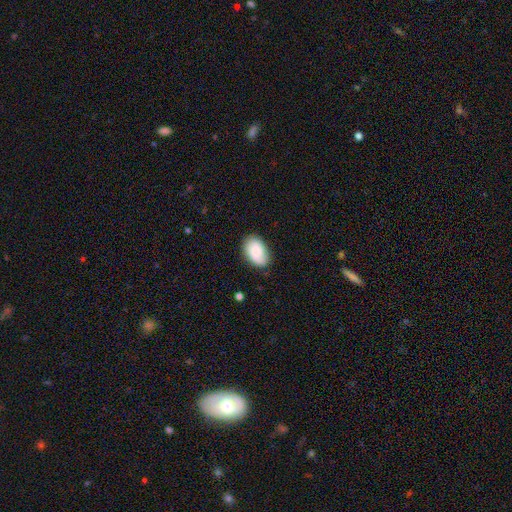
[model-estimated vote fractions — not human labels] smooth-or-featured: smooth: 80% | featured or disk: 14% | star or artifact: 7%
  how-rounded: in between: 89% | round: 9% | cigar-shaped: 1%
  merging: none: 76% | minor disturbance: 19% | major disturbance: 4% | merger: 1%